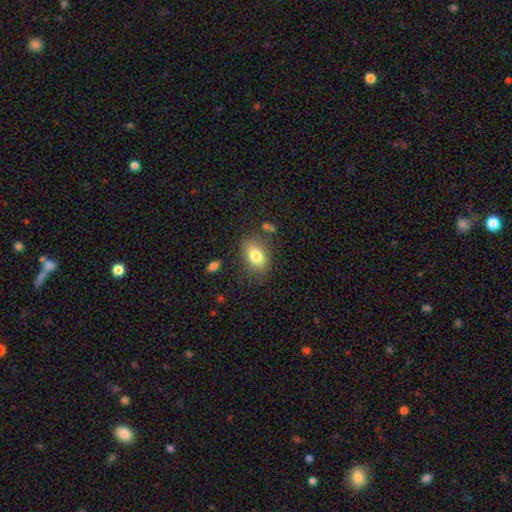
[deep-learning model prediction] smooth_or_featured: smooth (p=0.80) [alt: featured or disk p=0.11]
how_rounded: in between (p=0.85) [alt: round p=0.14]
merging: none (p=0.75) [alt: minor disturbance p=0.16]